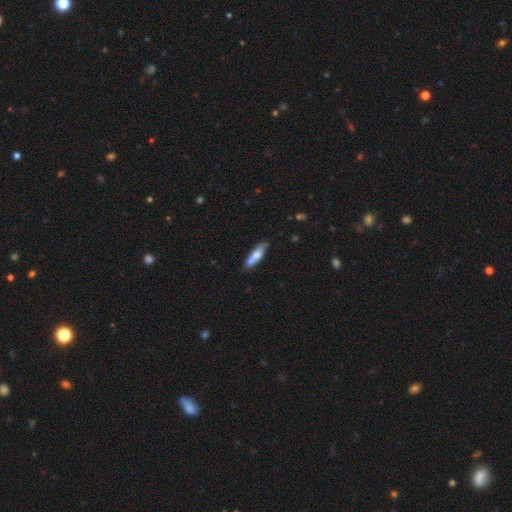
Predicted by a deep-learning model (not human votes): Smooth or featured? smooth (62%)
How rounded? cigar-shaped (65%)
Merging? none (65%)